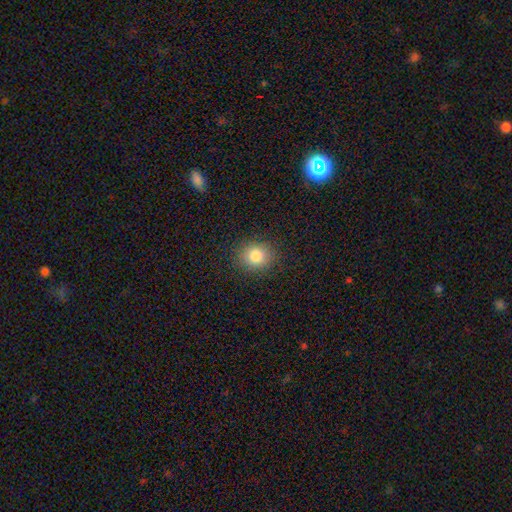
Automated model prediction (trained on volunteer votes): Q: Smooth or featured?
A: smooth (82%); runner-up: star or artifact (11%)
Q: How rounded?
A: round (76%); runner-up: in between (23%)
Q: Merging?
A: none (89%); runner-up: minor disturbance (7%)